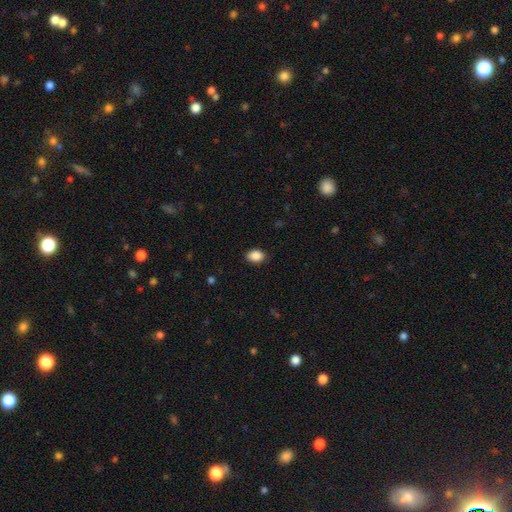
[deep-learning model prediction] This is clearly a smooth galaxy (89%). How rounded: clearly in between (81%). Merging: clearly none (87%).